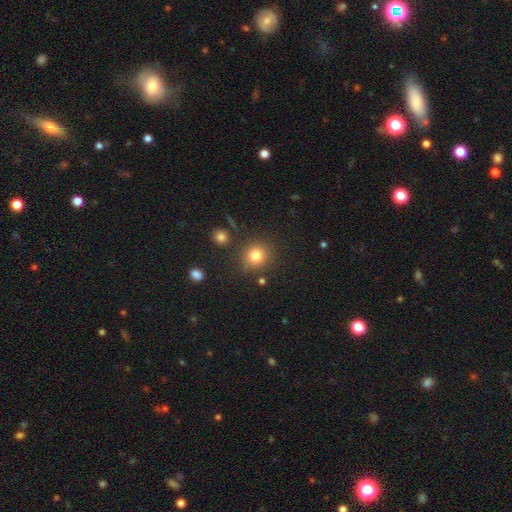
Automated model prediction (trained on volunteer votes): smooth-or-featured: smooth: 80% | star or artifact: 13% | featured or disk: 7%
  how-rounded: round: 86% | in between: 13% | cigar-shaped: 1%
  merging: none: 80% | minor disturbance: 11% | merger: 5% | major disturbance: 4%